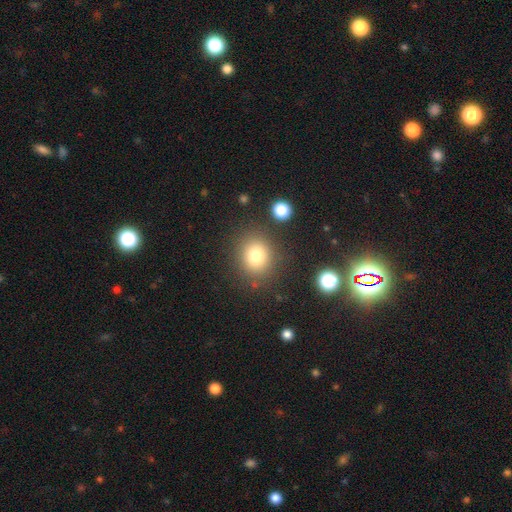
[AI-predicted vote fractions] Overall: smooth (79%). How rounded: round (77%). Merging: none (83%).